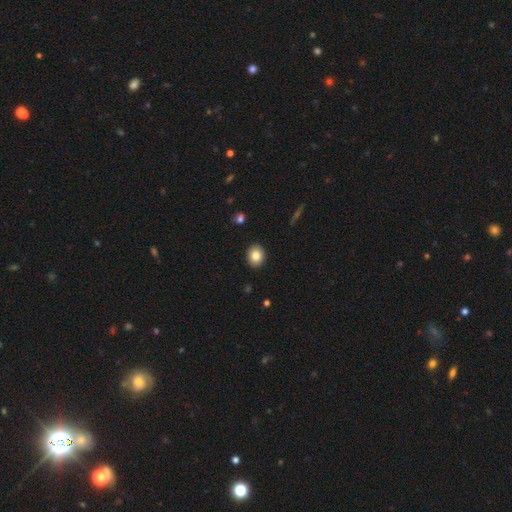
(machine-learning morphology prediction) This is clearly a smooth galaxy (83%). How rounded: possibly round (56%). Merging: clearly none (91%).